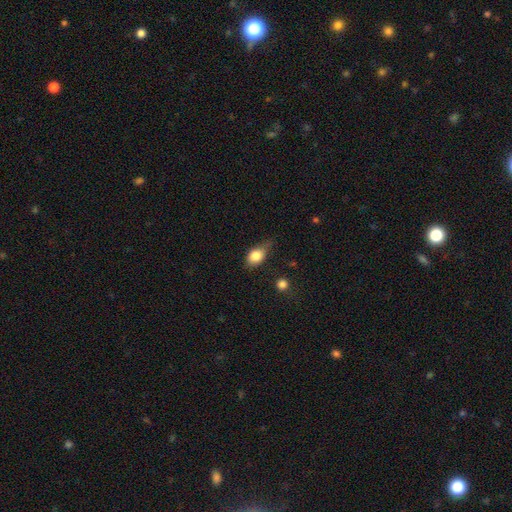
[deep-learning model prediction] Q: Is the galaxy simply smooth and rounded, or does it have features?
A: smooth — 80%.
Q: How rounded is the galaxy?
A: in between — 70%.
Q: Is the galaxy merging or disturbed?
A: none — 42%, tied with minor disturbance.